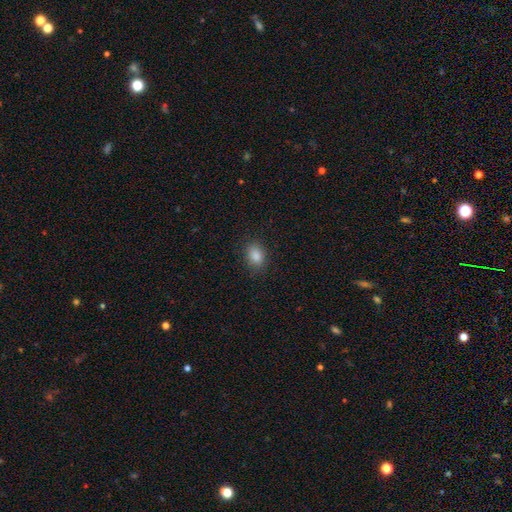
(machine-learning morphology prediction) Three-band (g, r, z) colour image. It shows a smooth galaxy with no disk features (87%) that is in between round and cigar-shaped (78%). Merging: none (84%).